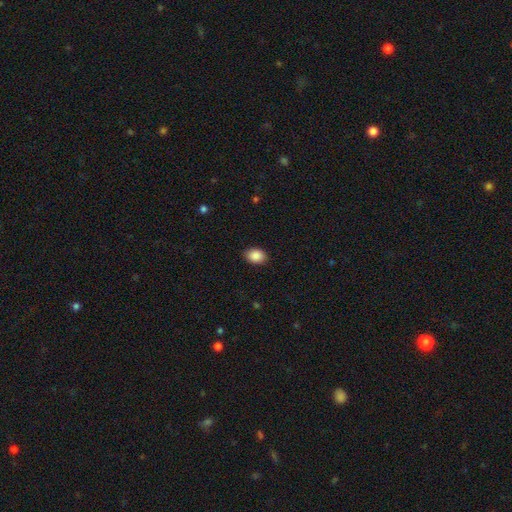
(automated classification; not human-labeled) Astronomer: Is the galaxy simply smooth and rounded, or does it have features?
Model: smooth — 89%.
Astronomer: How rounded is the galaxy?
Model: in between — 75%.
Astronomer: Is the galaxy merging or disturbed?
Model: none — 89%.